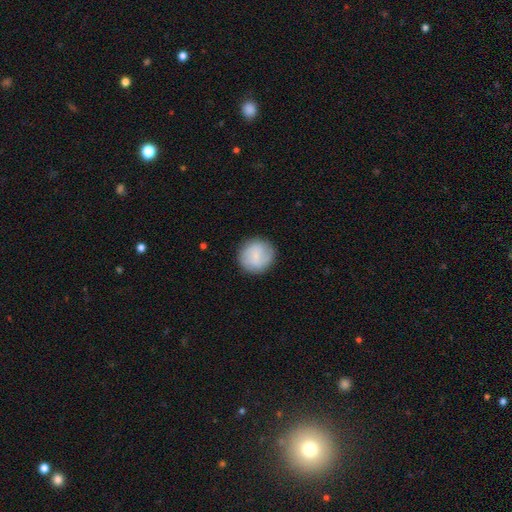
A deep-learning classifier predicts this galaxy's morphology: type=smooth (70%); roundness=round (92%); merging=none (87%).